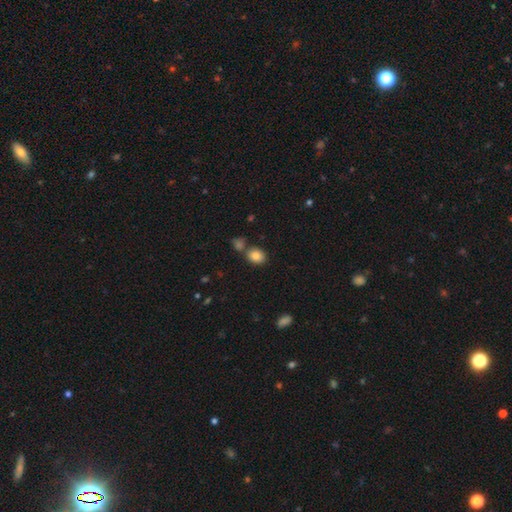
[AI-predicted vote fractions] This appears to be a smooth galaxy with no disk features (84%) that is in between round and cigar-shaped (52%). Merging: none (69%).